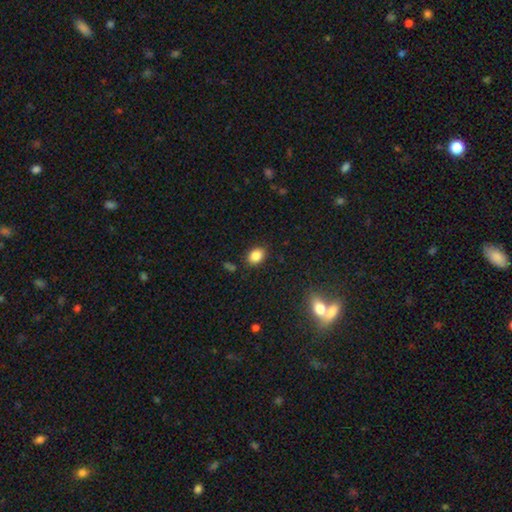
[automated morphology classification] The model was most divided on "how rounded": in between: 68%, round: 31%, cigar-shaped: 1%. More confident: merging — none (86%); smooth or featured — smooth (85%).